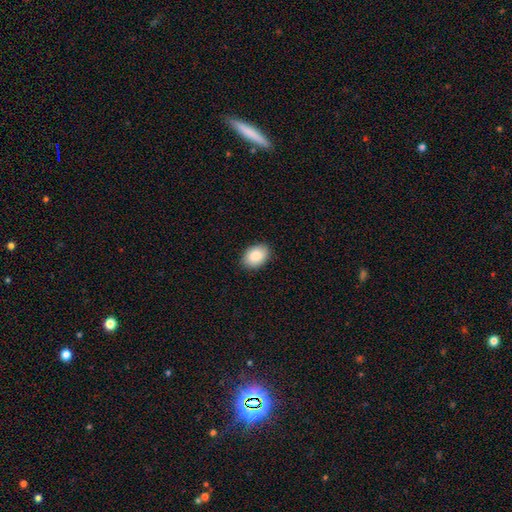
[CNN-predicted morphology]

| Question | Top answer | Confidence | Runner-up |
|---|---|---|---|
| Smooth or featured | smooth | 88% | star or artifact (7%) |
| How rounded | in between | 82% | round (17%) |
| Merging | none | 89% | minor disturbance (8%) |